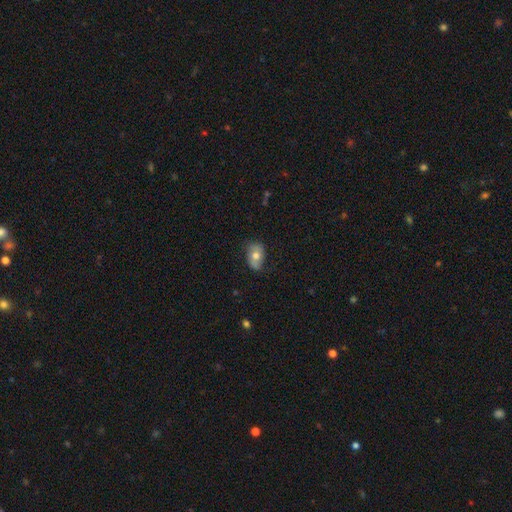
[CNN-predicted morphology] type=smooth (60%); roundness=in between (81%); merging=none (69%).